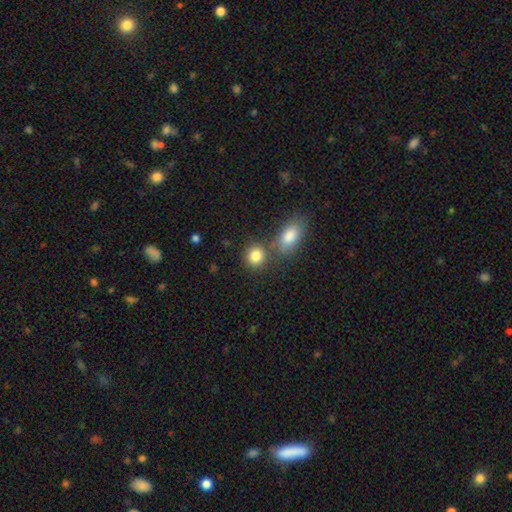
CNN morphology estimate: Smooth or featured? Predicted: smooth (p=0.85). How rounded? Predicted: round (p=0.76). Merging? Predicted: none (p=0.66).